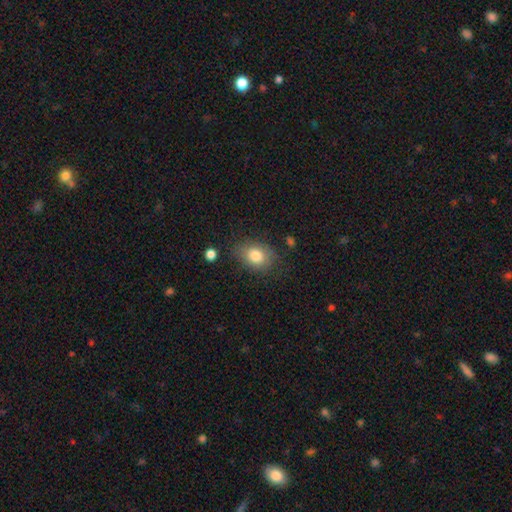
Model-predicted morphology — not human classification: Smooth or featured: smooth — 81% (featured or disk — 10%)
How rounded: in between — 68% (round — 31%)
Merging: none — 72% (minor disturbance — 19%)